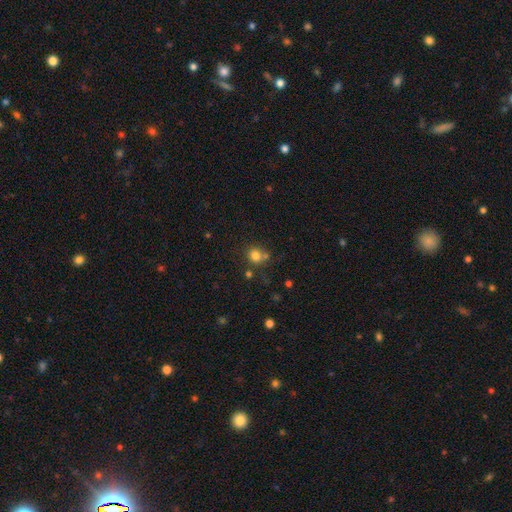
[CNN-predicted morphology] smooth_or_featured: smooth (p=0.79) [alt: star or artifact p=0.14]
how_rounded: round (p=0.81) [alt: in between p=0.18]
merging: none (p=0.61) [alt: merger p=0.21]